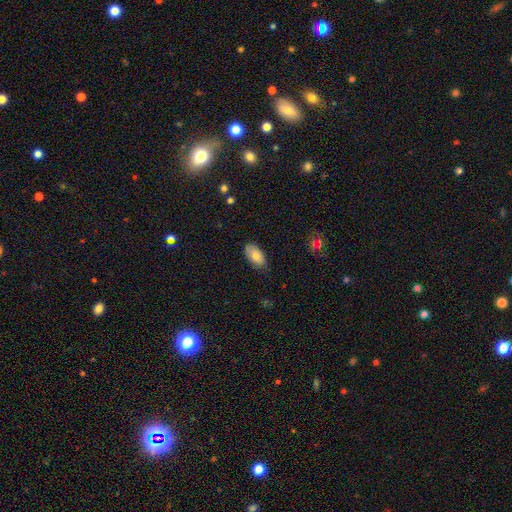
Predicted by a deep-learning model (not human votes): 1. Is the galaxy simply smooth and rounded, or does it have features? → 80% smooth, 14% featured or disk, 7% star or artifact.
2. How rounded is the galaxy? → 94% in between, 3% round, 3% cigar-shaped.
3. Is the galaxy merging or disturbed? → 76% none, 20% minor disturbance, 3% major disturbance, 1% merger.